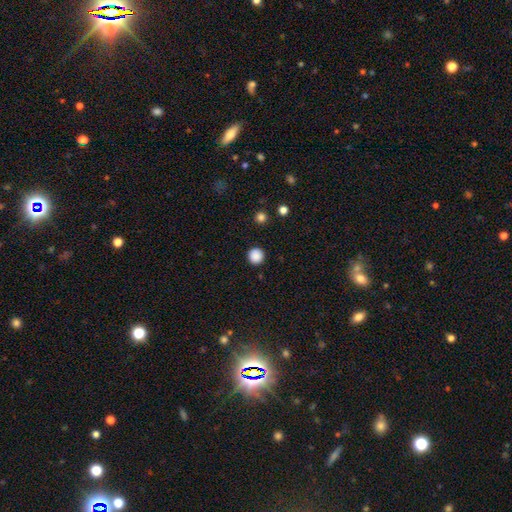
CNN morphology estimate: smooth_or_featured: smooth (p=0.87) [alt: star or artifact p=0.10]
how_rounded: round (p=0.96) [alt: in between p=0.03]
merging: none (p=0.92) [alt: minor disturbance p=0.05]